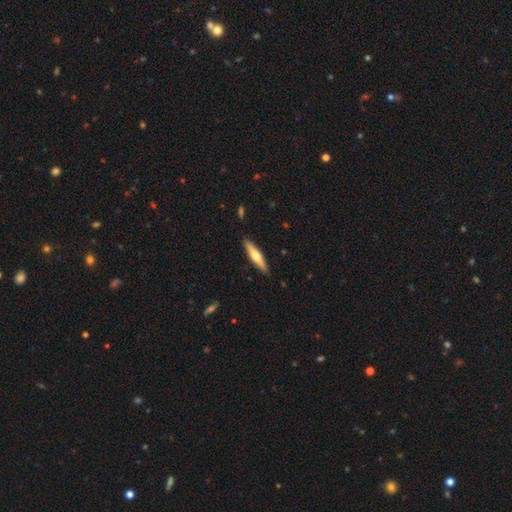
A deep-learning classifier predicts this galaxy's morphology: A smooth galaxy with no disk features (48%).

Vote fractions:
- Smooth or featured? smooth: 48% / featured or disk: 46% / star or artifact: 5%
- Merging? none: 90% / minor disturbance: 8% / major disturbance: 2% / merger: 1%